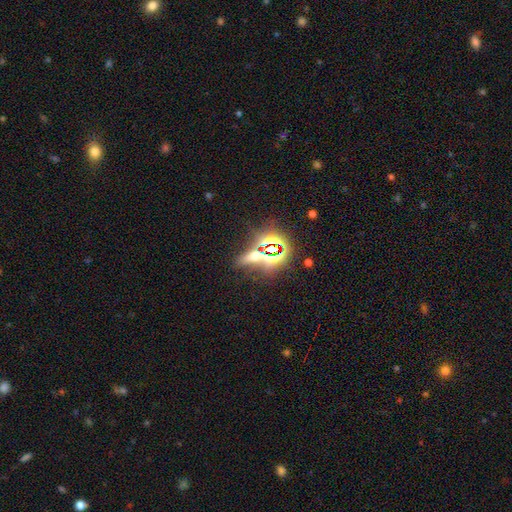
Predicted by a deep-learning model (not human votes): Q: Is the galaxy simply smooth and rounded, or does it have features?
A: star or artifact — 57%.